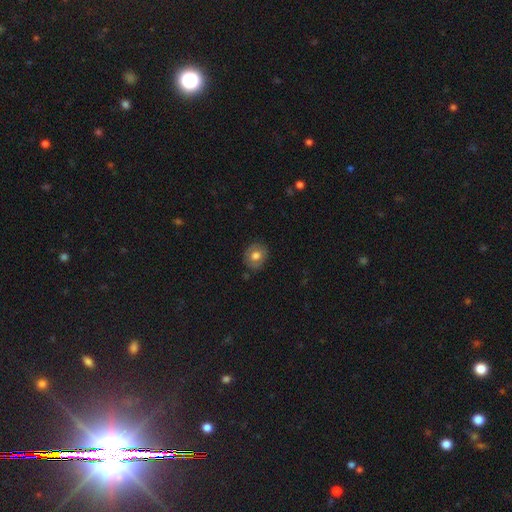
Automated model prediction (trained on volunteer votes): Smooth or featured? smooth (73%)
How rounded? round (75%)
Merging? none (85%)